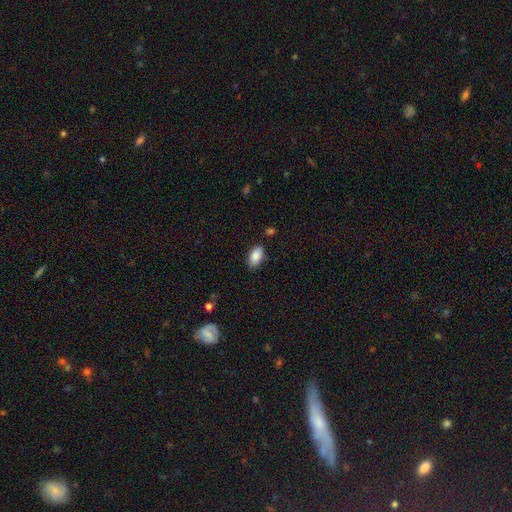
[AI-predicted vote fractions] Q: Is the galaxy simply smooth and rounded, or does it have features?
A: smooth — 86%.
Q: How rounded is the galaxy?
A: in between — 93%.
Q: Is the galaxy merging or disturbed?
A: none — 82%.